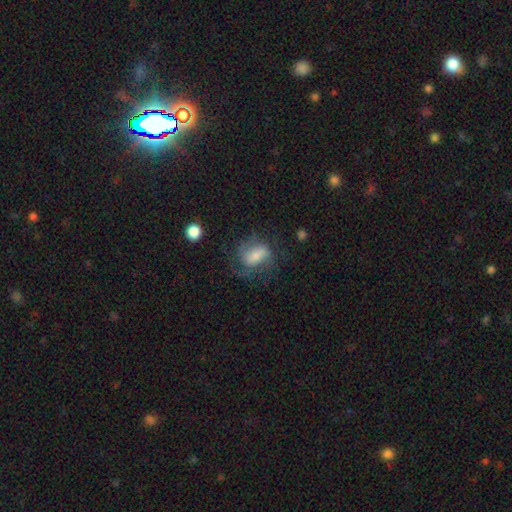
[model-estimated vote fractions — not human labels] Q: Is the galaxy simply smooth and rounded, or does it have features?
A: featured or disk — 51%.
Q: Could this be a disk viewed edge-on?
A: no — 95%.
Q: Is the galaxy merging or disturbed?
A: none — 53%.